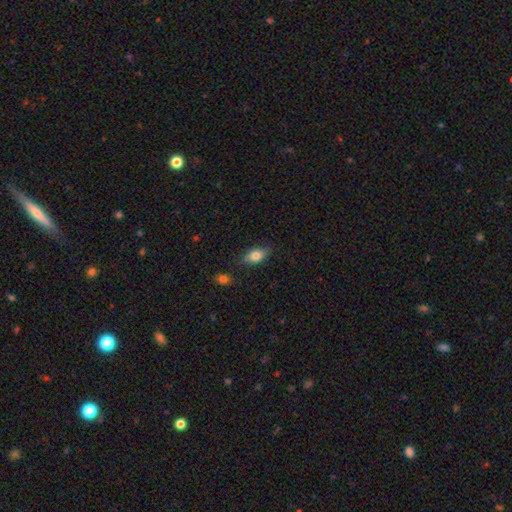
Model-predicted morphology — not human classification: Smooth or featured?
  - smooth: 78% *
  - featured or disk: 14%
  - star or artifact: 8%
How rounded?
  - in between: 87% *
  - cigar-shaped: 7%
  - round: 6%
Merging?
  - none: 81% *
  - minor disturbance: 14%
  - major disturbance: 3%
  - merger: 2%